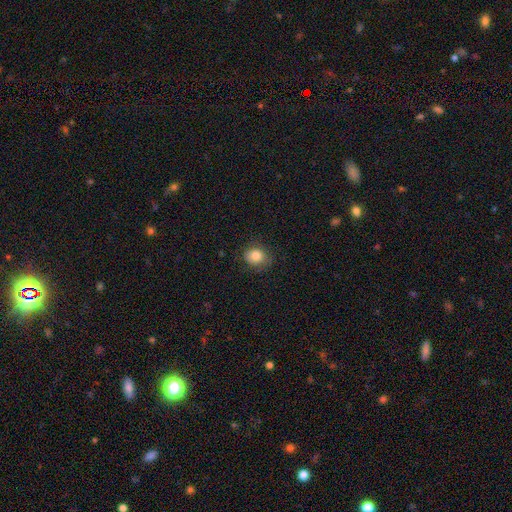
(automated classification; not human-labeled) Q: Smooth or featured?
A: smooth (82%); runner-up: star or artifact (9%)
Q: How rounded?
A: round (66%); runner-up: in between (33%)
Q: Merging?
A: none (77%); runner-up: minor disturbance (17%)